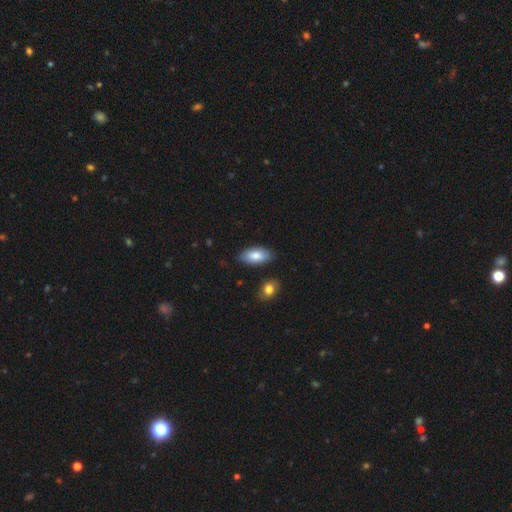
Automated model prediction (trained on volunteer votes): This is clearly a smooth galaxy (82%). How rounded: clearly in between (91%). Merging: clearly none (81%).